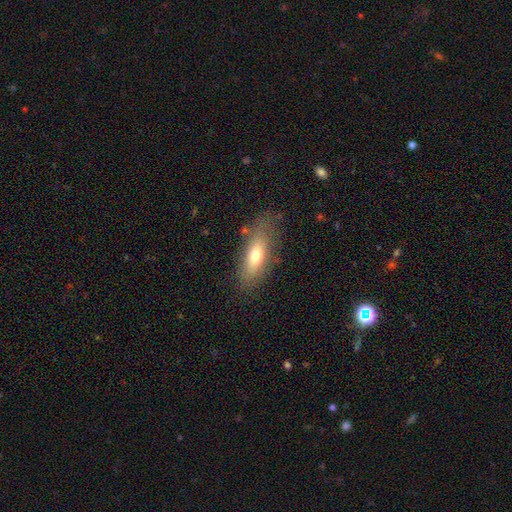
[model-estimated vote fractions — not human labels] smooth 66%, featured or disk 26%, star or artifact 8%. Down the decision tree: how rounded — in between (63%); merging — none (75%).